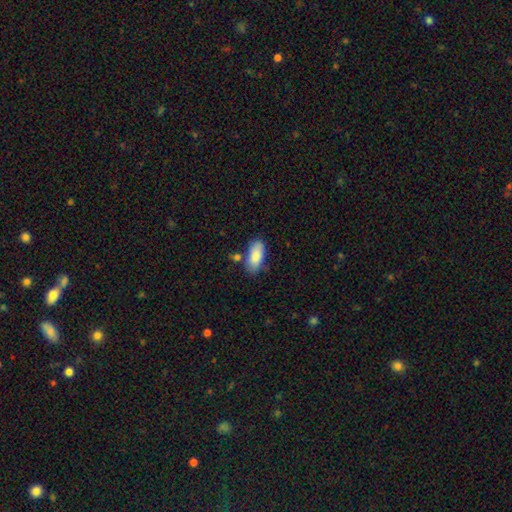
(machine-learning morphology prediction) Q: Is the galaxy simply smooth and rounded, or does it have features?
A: smooth — 86%.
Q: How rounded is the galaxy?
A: in between — 89%.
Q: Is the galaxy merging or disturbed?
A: none — 70%.